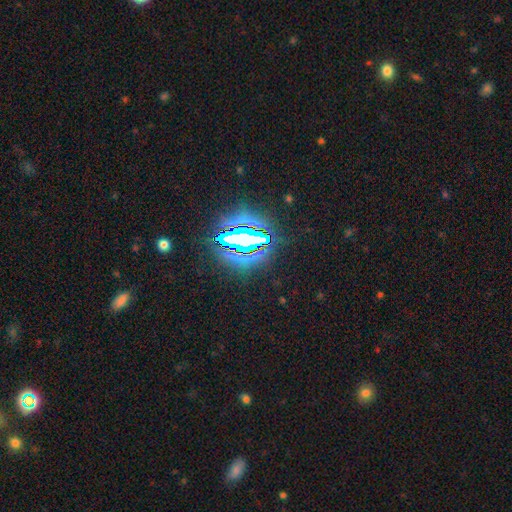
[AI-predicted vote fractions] Overall: star or artifact (82%).